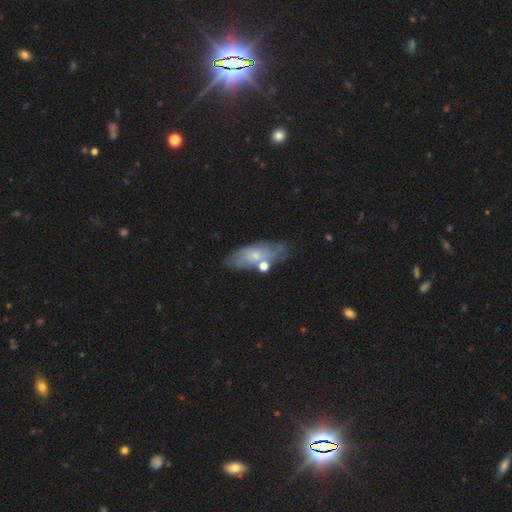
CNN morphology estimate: featured or disk 52%, smooth 40%, star or artifact 8%. Down the decision tree: edge-on disk — no (84%); merging — none (61%).